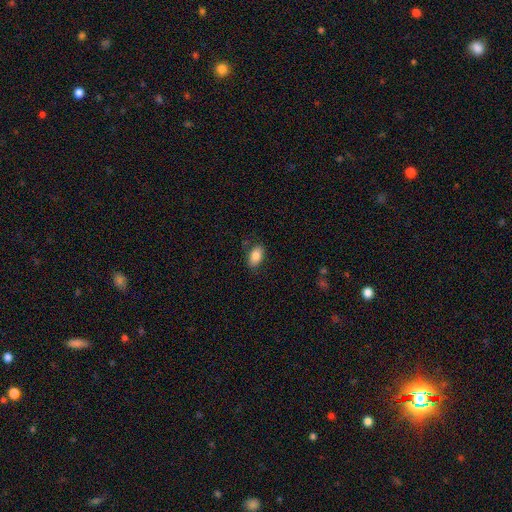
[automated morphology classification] smooth_or_featured: smooth (p=0.84) [alt: featured or disk p=0.08]
how_rounded: in between (p=0.91) [alt: round p=0.07]
merging: none (p=0.80) [alt: minor disturbance p=0.14]